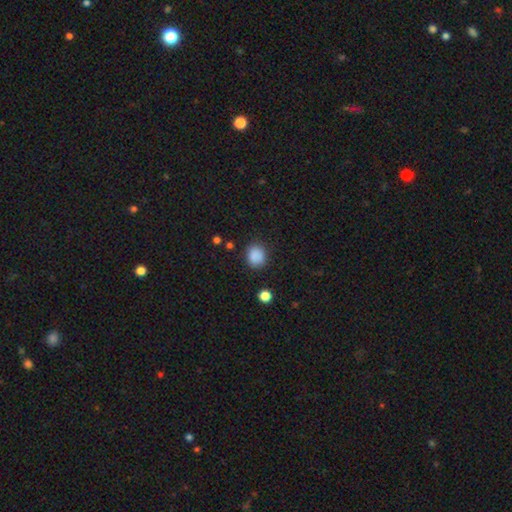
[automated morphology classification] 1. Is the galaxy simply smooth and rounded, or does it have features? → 86% smooth, 10% star or artifact, 4% featured or disk.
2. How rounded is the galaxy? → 67% round, 32% in between, 1% cigar-shaped.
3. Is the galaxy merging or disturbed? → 81% none, 13% minor disturbance, 3% major disturbance, 2% merger.